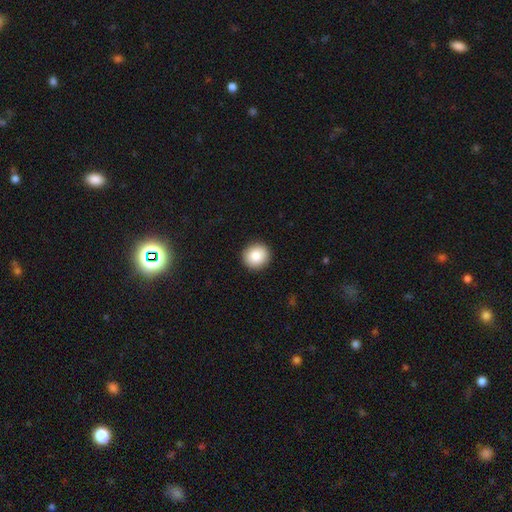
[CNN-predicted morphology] Smooth or featured: smooth — 85% (star or artifact — 8%)
How rounded: round — 89% (in between — 10%)
Merging: none — 92% (minor disturbance — 5%)